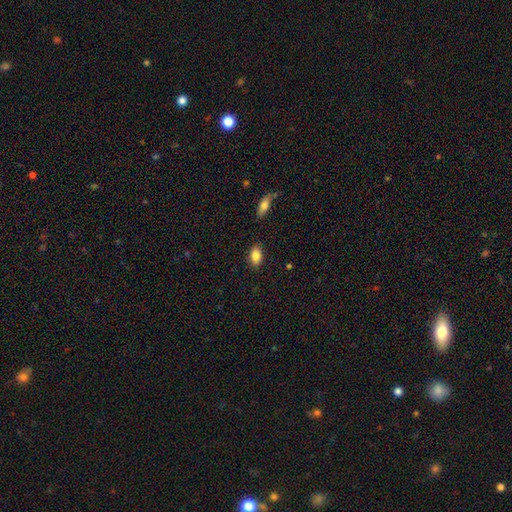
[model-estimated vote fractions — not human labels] Smooth or featured: smooth — 85% (star or artifact — 8%)
How rounded: in between — 90% (round — 8%)
Merging: none — 87% (minor disturbance — 9%)